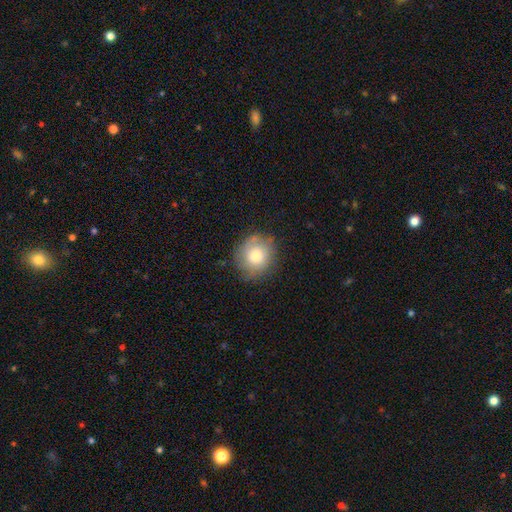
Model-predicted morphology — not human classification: A smooth galaxy with no disk features (71%) that is round (79%). Merging: none (75%).